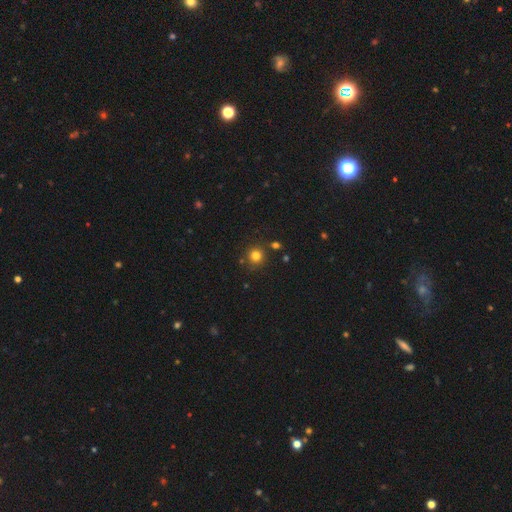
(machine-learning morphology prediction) smooth-or-featured: smooth: 79% | star or artifact: 15% | featured or disk: 6%
  how-rounded: round: 93% | in between: 6% | cigar-shaped: 1%
  merging: none: 84% | minor disturbance: 8% | merger: 5% | major disturbance: 3%